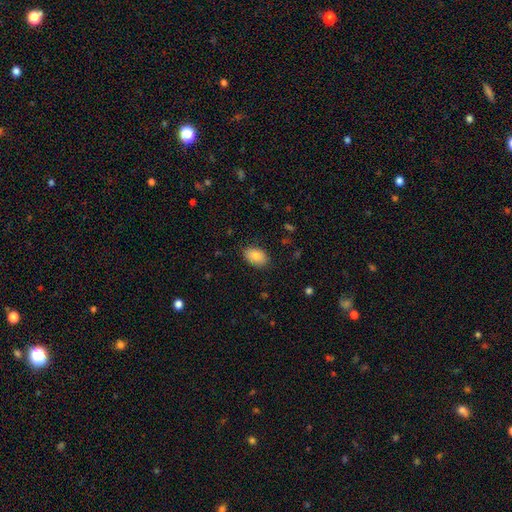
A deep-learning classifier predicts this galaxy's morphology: This is clearly a smooth galaxy (83%). How rounded: clearly in between (86%). Merging: clearly none (84%).